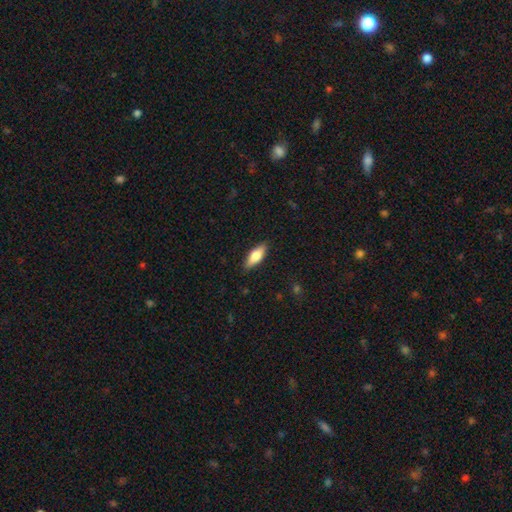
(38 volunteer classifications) Smooth or featured? smooth (66%)
How rounded? cigar-shaped (52%)
Merging? none (78%)